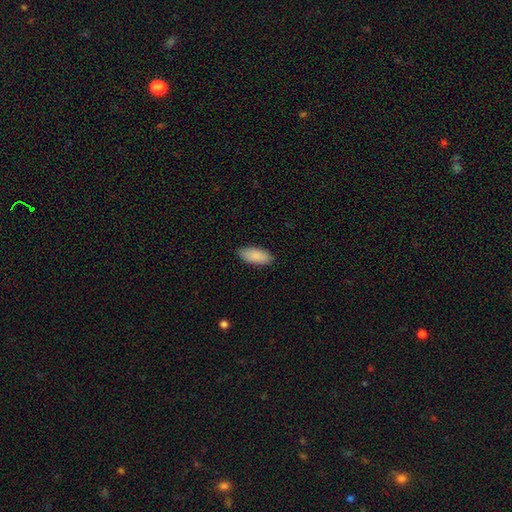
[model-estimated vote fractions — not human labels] Morphology: type=smooth (89%); roundness=in between (90%); merging=none (87%).